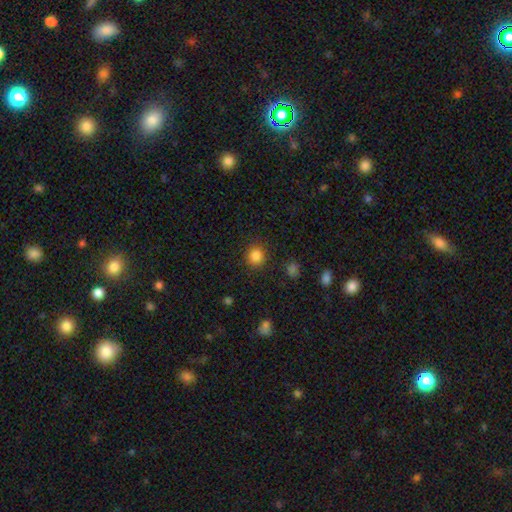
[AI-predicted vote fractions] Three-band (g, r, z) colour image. It shows a smooth galaxy with no disk features (85%) that is round (90%). Merging: none (90%).